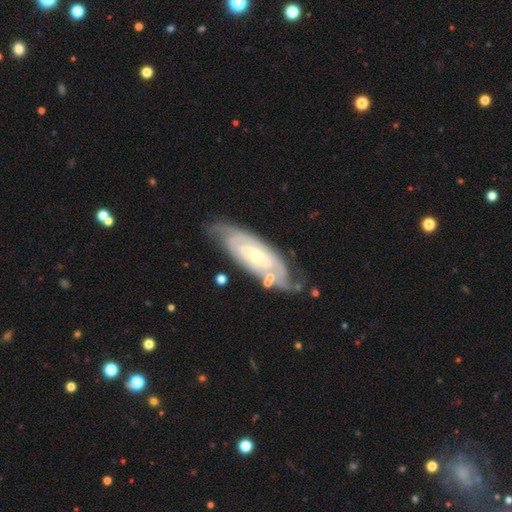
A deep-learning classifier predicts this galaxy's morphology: Q: Smooth or featured?
A: featured or disk (83%); runner-up: smooth (12%)
Q: Edge-on disk?
A: no (90%); runner-up: yes (10%)
Q: Bar?
A: no (51%); runner-up: weak (35%)
Q: Spiral arms?
A: yes (93%); runner-up: no (7%)
Q: Spiral winding?
A: tight (71%); runner-up: medium (23%)
Q: Spiral arm count?
A: can't tell (38%); tied with: 2 (38%)
Q: Bulge size?
A: small (60%); runner-up: moderate (36%)
Q: Merging?
A: none (67%); runner-up: minor disturbance (20%)